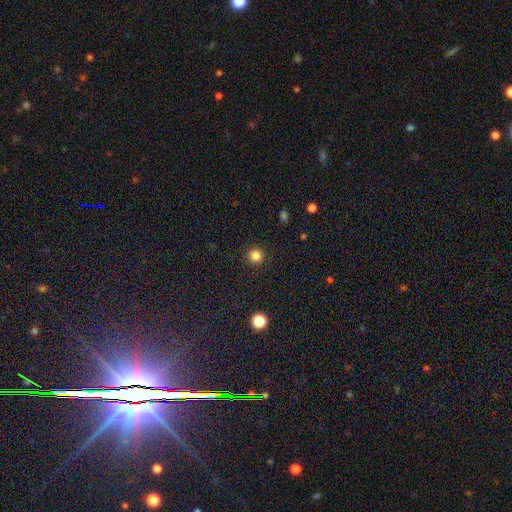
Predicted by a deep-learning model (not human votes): smooth 84%, star or artifact 12%, featured or disk 4%. Down the decision tree: how rounded — round (95%); merging — none (92%).